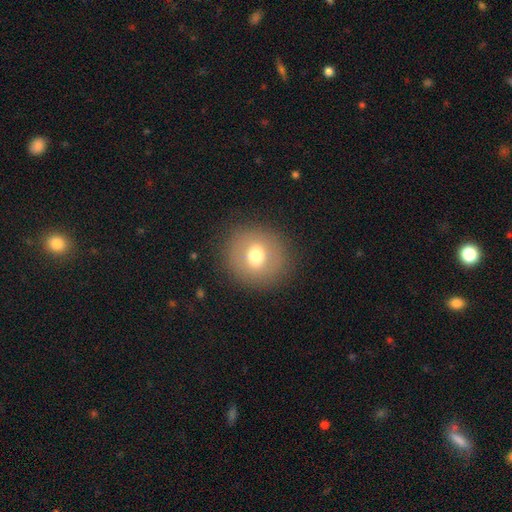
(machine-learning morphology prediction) A smooth galaxy with no disk features (66%) that is round (88%).

Vote fractions:
- Smooth or featured? smooth: 66% / featured or disk: 23% / star or artifact: 11%
- How rounded? round: 88% / in between: 11% / cigar-shaped: 1%
- Merging? none: 88% / minor disturbance: 8% / major disturbance: 4% / merger: 1%